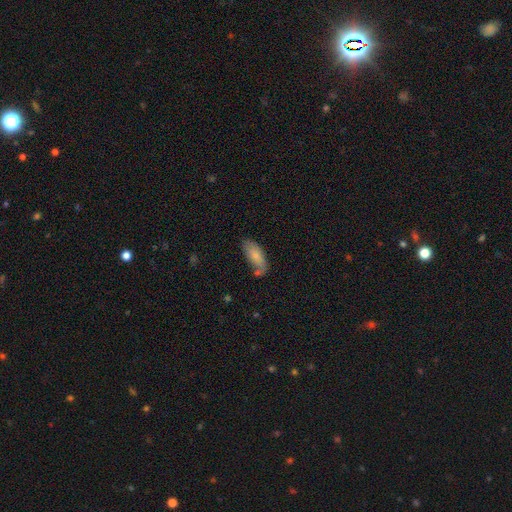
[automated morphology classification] smooth_or_featured: smooth (p=0.76) [alt: featured or disk p=0.18]
how_rounded: in between (p=0.85) [alt: cigar-shaped p=0.12]
merging: none (p=0.57) [alt: minor disturbance p=0.24]